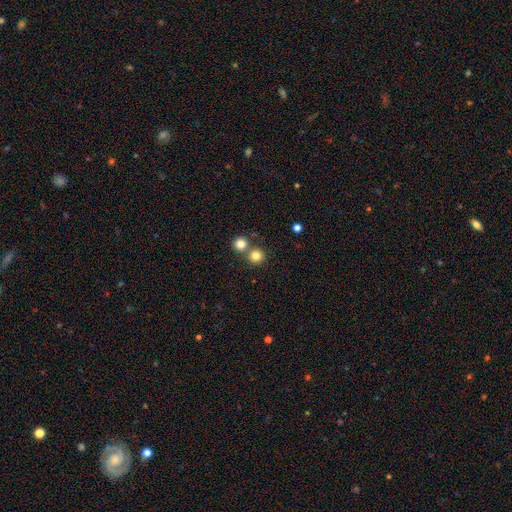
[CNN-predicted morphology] smooth_or_featured: smooth (p=0.81) [alt: star or artifact p=0.12]
how_rounded: round (p=0.92) [alt: in between p=0.07]
merging: none (p=0.66) [alt: merger p=0.25]